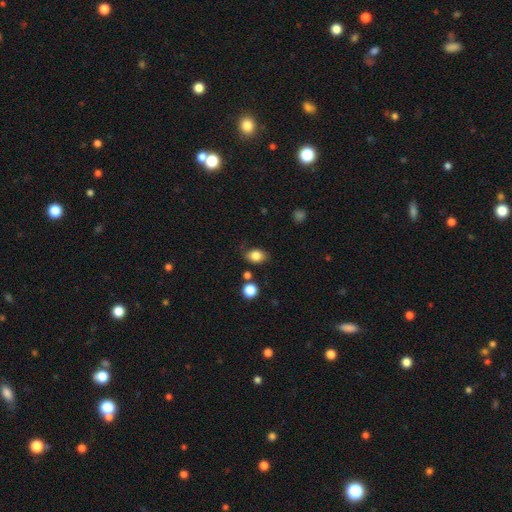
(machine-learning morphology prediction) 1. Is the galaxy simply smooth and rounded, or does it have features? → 82% smooth, 10% star or artifact, 8% featured or disk.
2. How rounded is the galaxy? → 73% in between, 26% round, 1% cigar-shaped.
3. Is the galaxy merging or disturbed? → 74% none, 17% minor disturbance, 4% major disturbance, 4% merger.